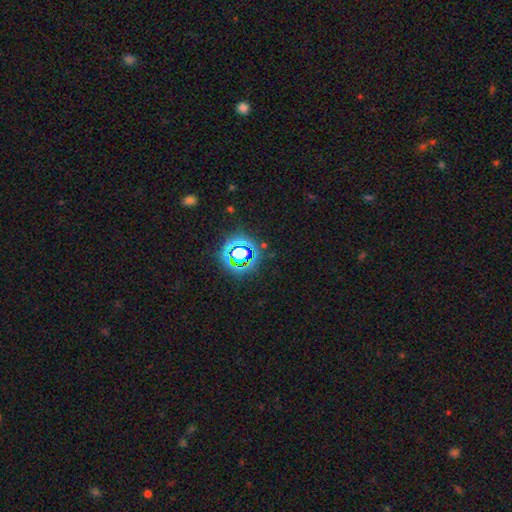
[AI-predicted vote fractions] Overall: star or artifact (75%).